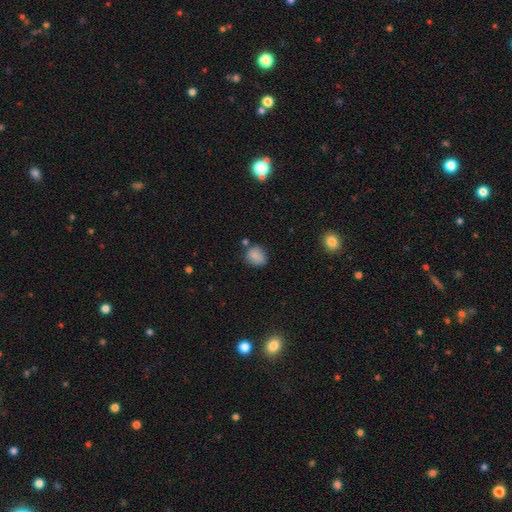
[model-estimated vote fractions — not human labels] Smooth or featured: smooth — 82% (star or artifact — 11%)
How rounded: round — 57% (in between — 42%)
Merging: none — 63% (minor disturbance — 24%)